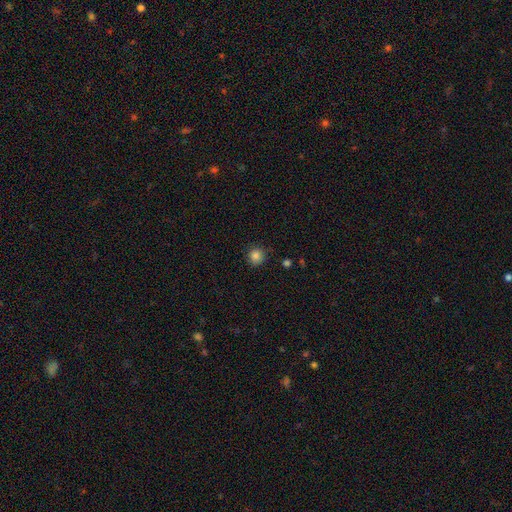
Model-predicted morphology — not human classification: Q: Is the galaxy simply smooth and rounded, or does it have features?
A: smooth — 84%.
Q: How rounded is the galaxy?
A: round — 93%.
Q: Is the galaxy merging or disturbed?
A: none — 87%.